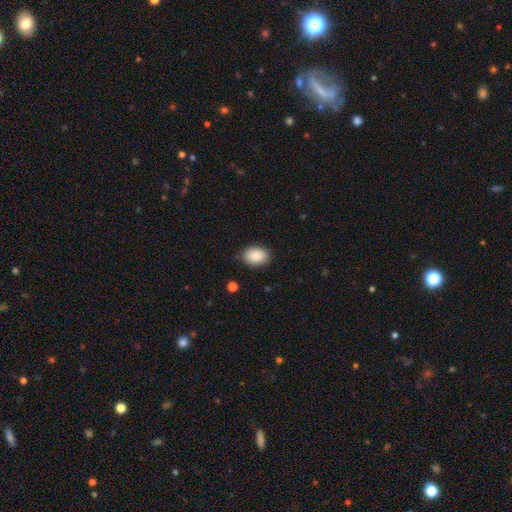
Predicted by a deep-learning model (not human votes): Morphology: type=smooth (89%); roundness=in between (83%); merging=none (84%).